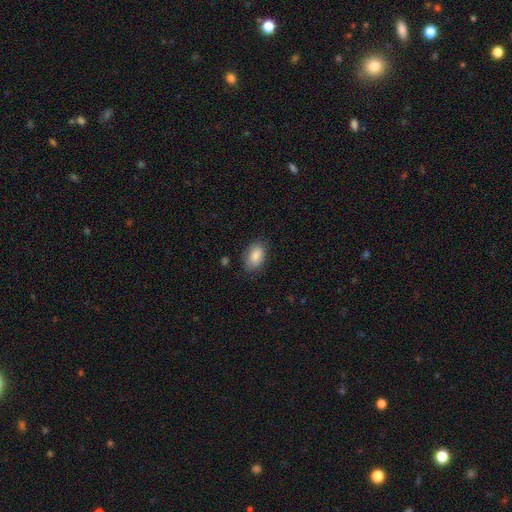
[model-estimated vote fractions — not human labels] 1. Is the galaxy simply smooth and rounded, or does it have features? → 86% smooth, 7% featured or disk, 7% star or artifact.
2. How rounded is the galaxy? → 90% in between, 8% round, 1% cigar-shaped.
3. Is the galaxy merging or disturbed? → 80% none, 15% minor disturbance, 4% major disturbance, 1% merger.